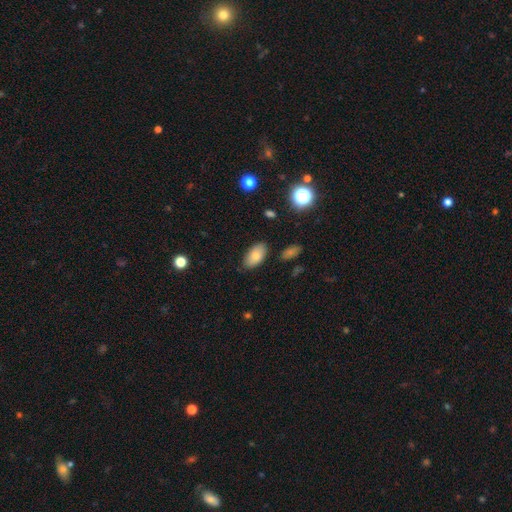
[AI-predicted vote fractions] smooth_or_featured: smooth (p=0.81) [alt: featured or disk p=0.10]
how_rounded: in between (p=0.94) [alt: round p=0.04]
merging: none (p=0.83) [alt: minor disturbance p=0.12]